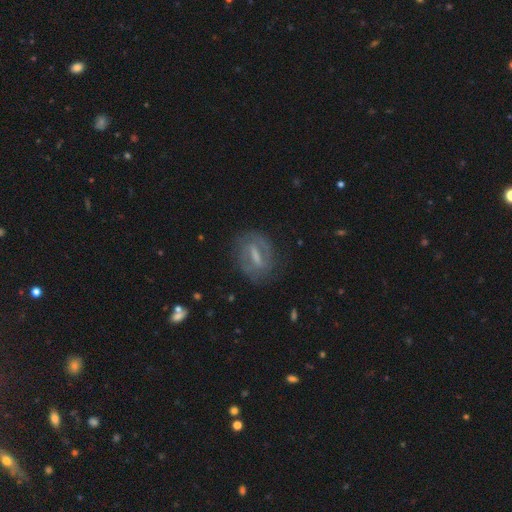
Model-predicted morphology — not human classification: type=featured or disk (71%); edge-on=no (88%); bar=strong (60%); spiral arms=yes (70%); bulge=moderate (32%); merging=none (77%).